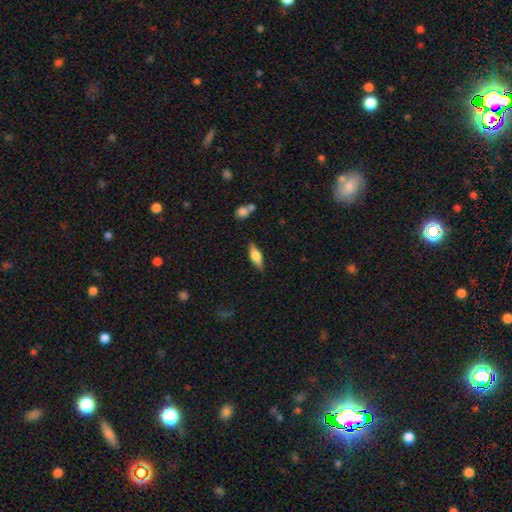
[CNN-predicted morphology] smooth 54%, featured or disk 39%, star or artifact 7%. Down the decision tree: how rounded — in between (60%); merging — none (84%).